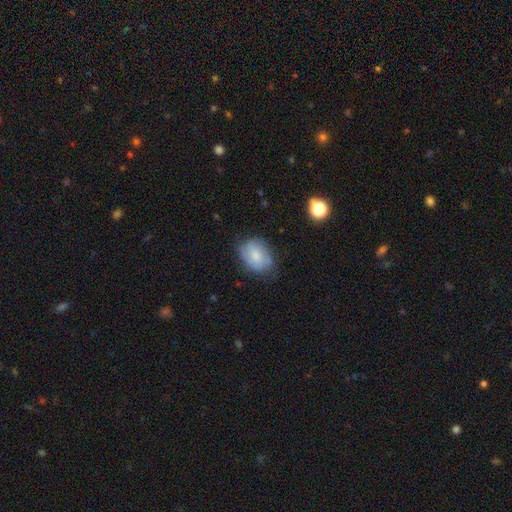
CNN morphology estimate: This appears to be a smooth galaxy with no disk features (69%) that is in between round and cigar-shaped (69%). Merging: none (65%).